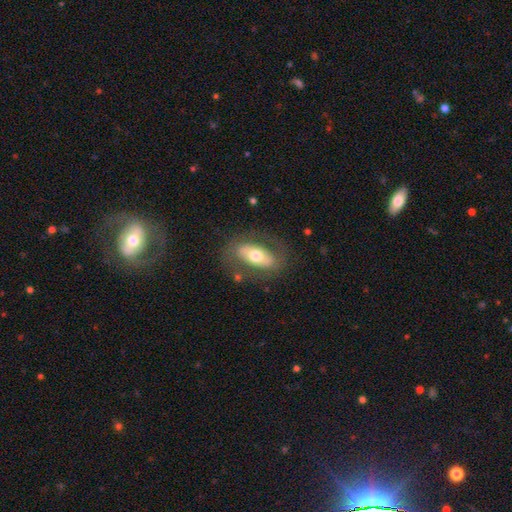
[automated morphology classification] Smooth or featured? Predicted: featured or disk (p=0.47, tied with smooth). Merging? Predicted: none (p=0.74).